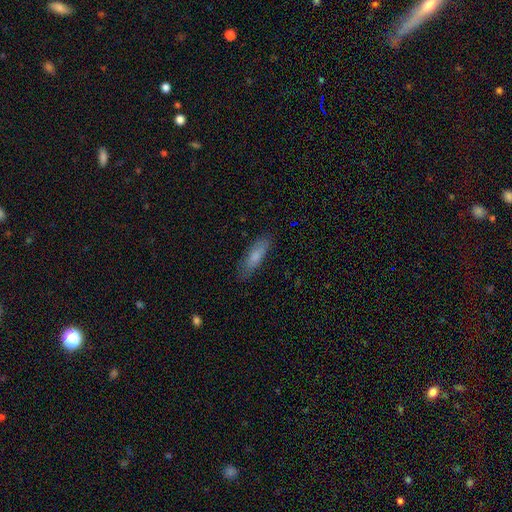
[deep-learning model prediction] Morphology: type=smooth (76%); roundness=cigar-shaped (59%); merging=none (79%).